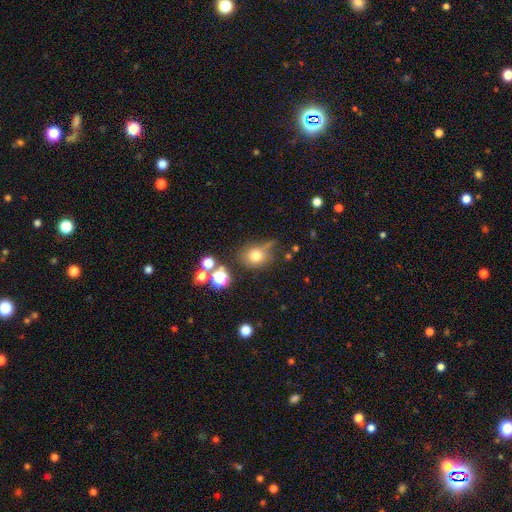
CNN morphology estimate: A smooth galaxy with no disk features (74%) that is round (72%). Merging: none (62%).